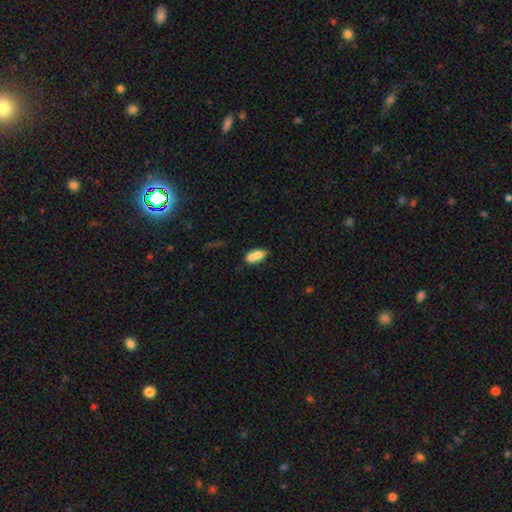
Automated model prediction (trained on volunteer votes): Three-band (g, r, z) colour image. It shows a smooth galaxy with no disk features (72%) that is in between round and cigar-shaped (80%). Merging: none (39%).